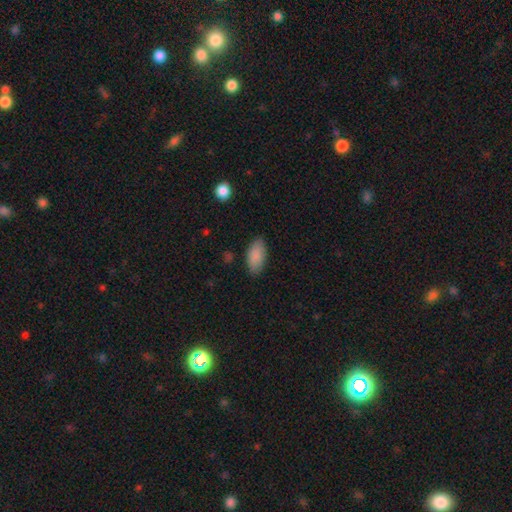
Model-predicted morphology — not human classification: Smooth or featured? smooth (88%)
How rounded? in between (93%)
Merging? none (85%)